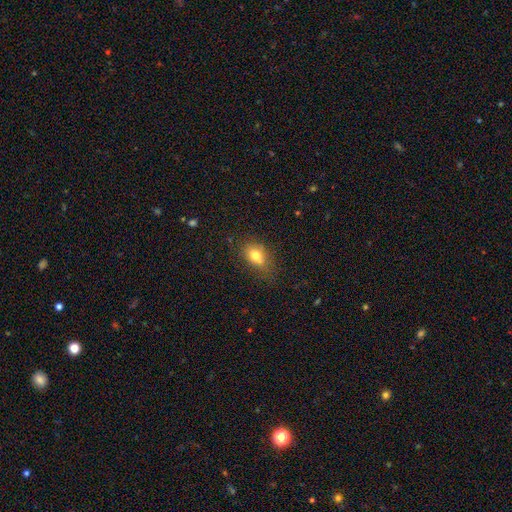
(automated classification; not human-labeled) Overall: smooth (76%). How rounded: in between (74%). Merging: none (62%; minor disturbance 23%).